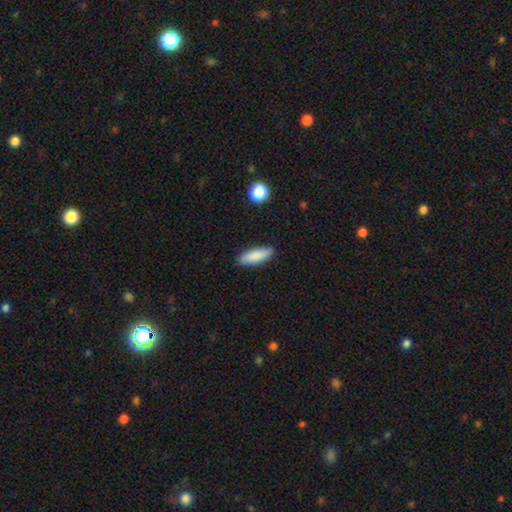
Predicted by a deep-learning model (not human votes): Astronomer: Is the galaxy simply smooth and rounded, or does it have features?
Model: smooth — 87%.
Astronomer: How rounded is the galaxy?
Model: in between — 60% (runner-up: cigar-shaped, 38%).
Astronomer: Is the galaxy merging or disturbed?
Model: none — 88%.